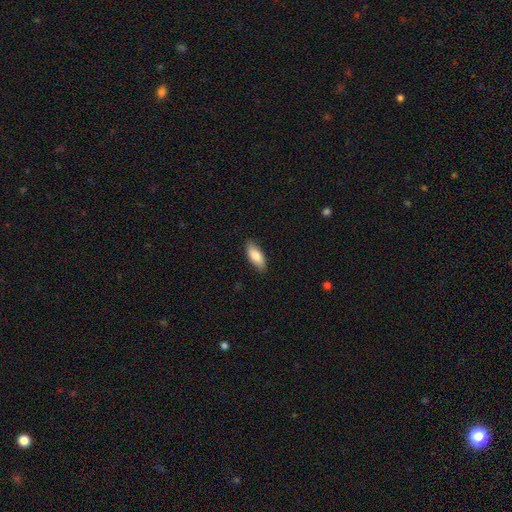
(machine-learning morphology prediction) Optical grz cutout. It shows a smooth galaxy with no disk features (84%) that is in between round and cigar-shaped (81%). Merging: none (85%).